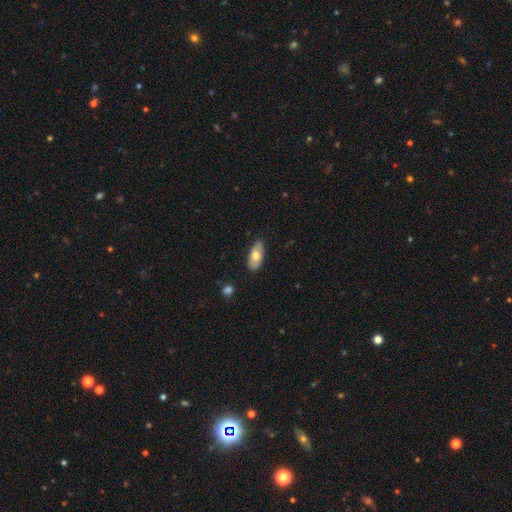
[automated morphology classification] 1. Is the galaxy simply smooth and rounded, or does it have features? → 66% smooth, 28% featured or disk, 6% star or artifact.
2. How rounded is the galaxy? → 91% in between, 6% cigar-shaped, 3% round.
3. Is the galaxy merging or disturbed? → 83% none, 14% minor disturbance, 2% major disturbance, 1% merger.